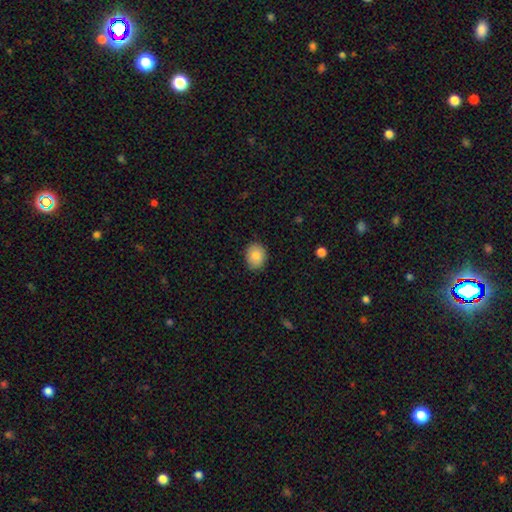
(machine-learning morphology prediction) A smooth galaxy with no disk features (84%) that is in between round and cigar-shaped (52%). Merging: none (86%).